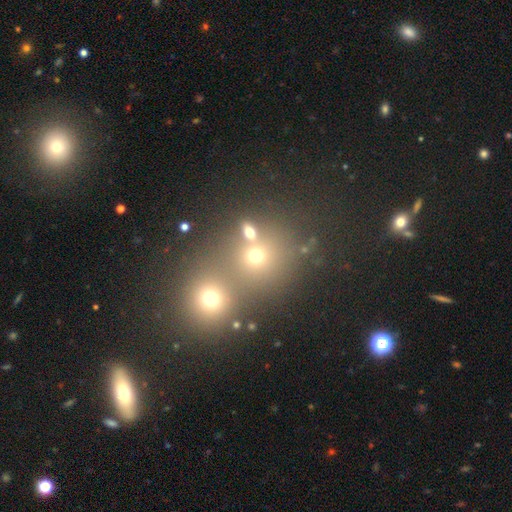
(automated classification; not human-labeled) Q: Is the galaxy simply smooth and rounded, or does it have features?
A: smooth — 66%.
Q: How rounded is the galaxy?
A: round — 81%.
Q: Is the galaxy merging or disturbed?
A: merger — 48%.